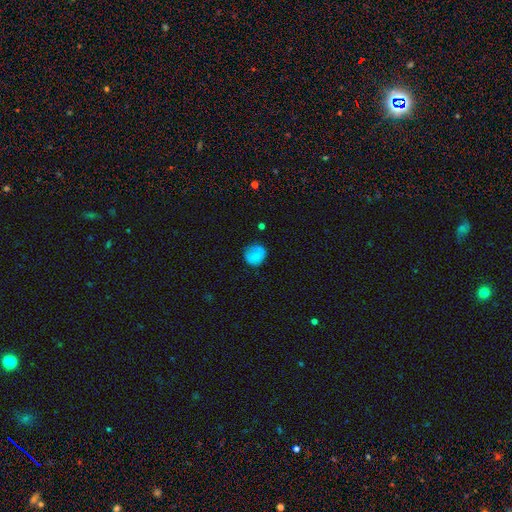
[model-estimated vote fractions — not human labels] Smooth or featured?
  - smooth: 74% *
  - featured or disk: 17%
  - star or artifact: 9%
How rounded?
  - round: 82% *
  - in between: 17%
  - cigar-shaped: 1%
Merging?
  - none: 62% *
  - minor disturbance: 25%
  - major disturbance: 8%
  - merger: 5%